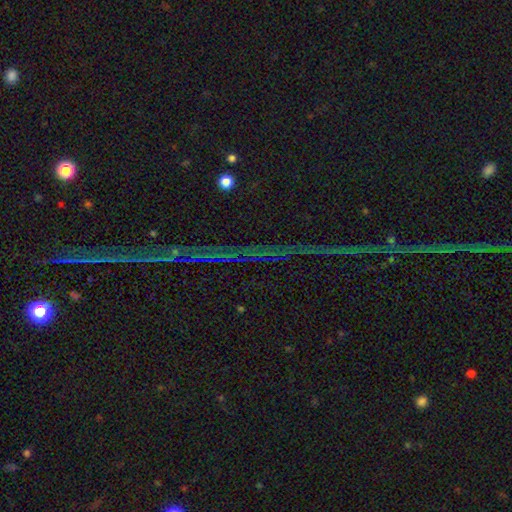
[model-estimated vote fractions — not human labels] Smooth or featured: star or artifact — 85% (featured or disk — 9%)